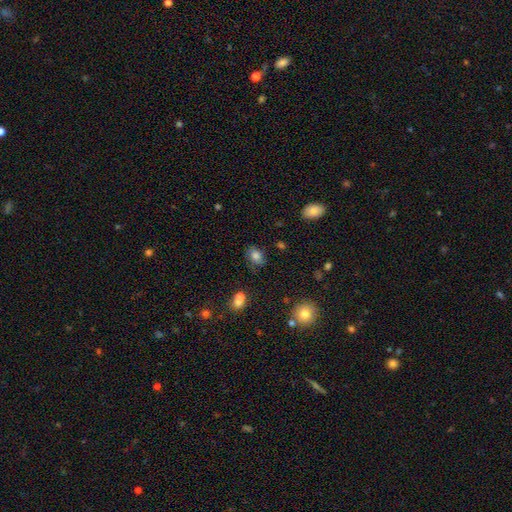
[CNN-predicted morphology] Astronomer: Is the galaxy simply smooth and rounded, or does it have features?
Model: smooth — 75%.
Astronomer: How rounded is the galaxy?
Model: in between — 60% (runner-up: round, 38%).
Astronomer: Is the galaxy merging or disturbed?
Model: none — 68%.